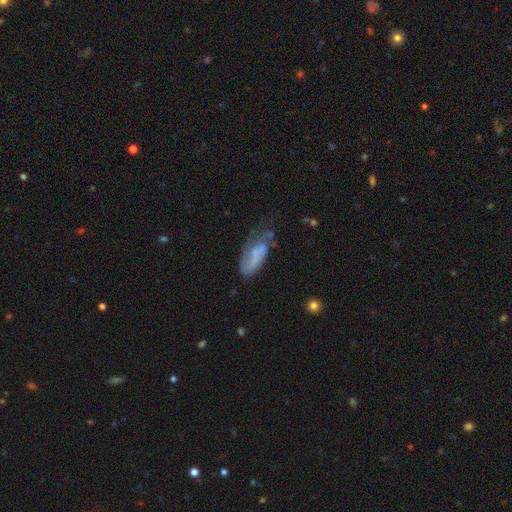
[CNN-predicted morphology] Q: Smooth or featured?
A: smooth (48%); runner-up: featured or disk (44%)
Q: Merging?
A: none (32%); runner-up: minor disturbance (31%)